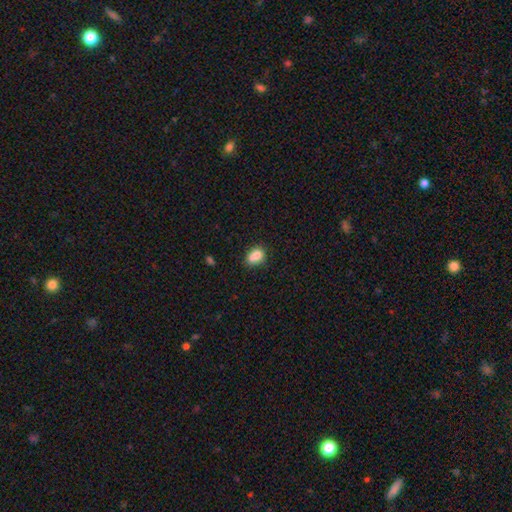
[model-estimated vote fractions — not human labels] A smooth galaxy with no disk features (82%) that is in between round and cigar-shaped (72%). Merging: none (55%).